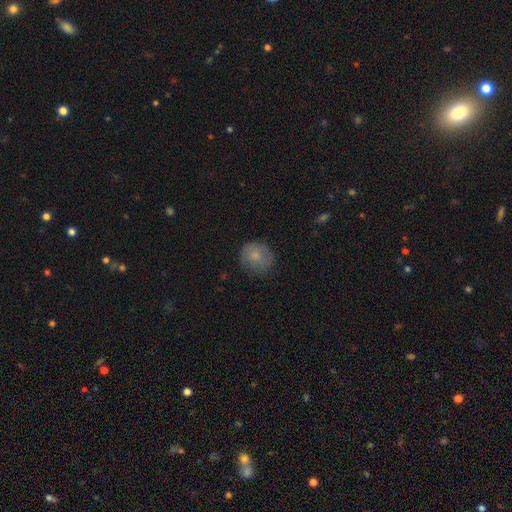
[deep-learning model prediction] Smooth or featured?
  - smooth: 76% *
  - featured or disk: 15%
  - star or artifact: 9%
How rounded?
  - round: 85% *
  - in between: 14%
  - cigar-shaped: 1%
Merging?
  - none: 74% *
  - minor disturbance: 20%
  - major disturbance: 5%
  - merger: 1%